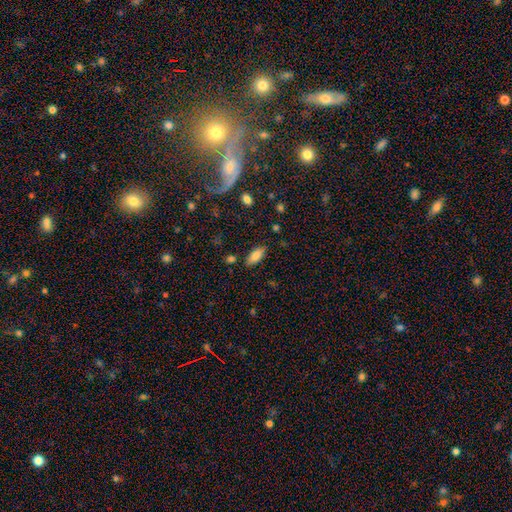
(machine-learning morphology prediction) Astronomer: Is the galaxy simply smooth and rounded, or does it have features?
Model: smooth — 81%.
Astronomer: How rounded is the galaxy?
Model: in between — 85%.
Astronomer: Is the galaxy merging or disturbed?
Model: none — 82%.